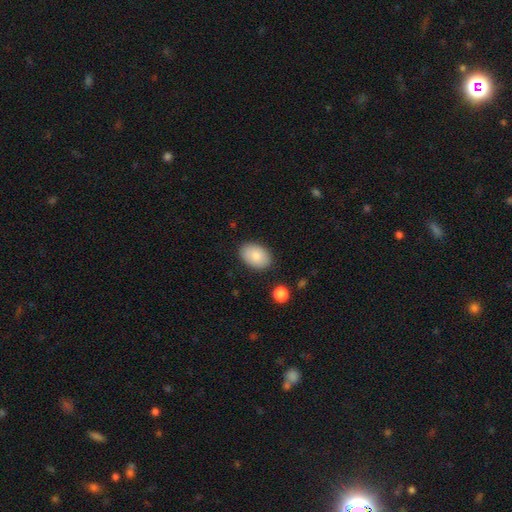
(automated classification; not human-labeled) Morphology: type=smooth (85%); roundness=in between (87%); merging=none (85%).